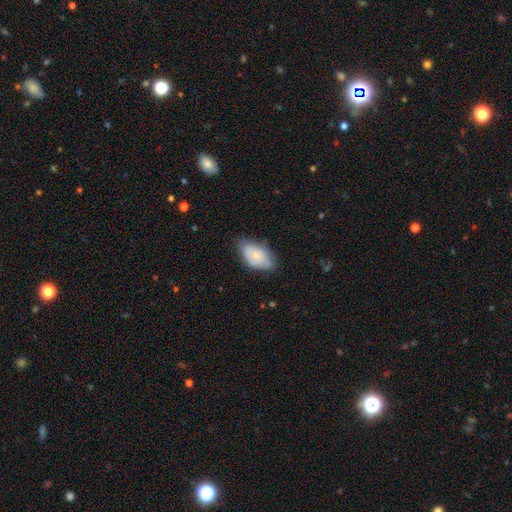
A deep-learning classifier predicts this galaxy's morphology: Smooth or featured?
  - smooth: 67% *
  - featured or disk: 26%
  - star or artifact: 7%
How rounded?
  - in between: 93% *
  - round: 5%
  - cigar-shaped: 2%
Merging?
  - none: 65% *
  - minor disturbance: 28%
  - major disturbance: 5%
  - merger: 2%